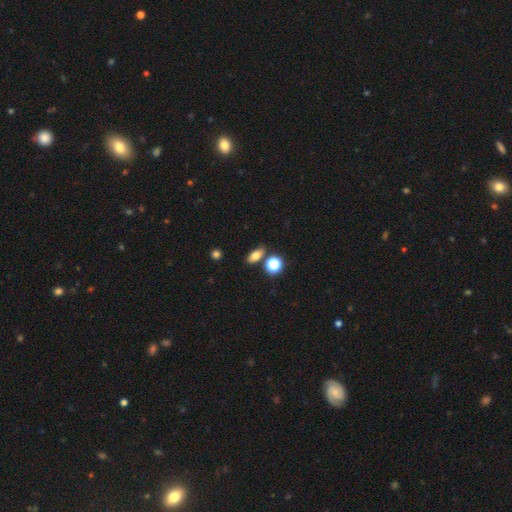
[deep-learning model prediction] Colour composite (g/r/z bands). It shows a smooth galaxy with no disk features (74%) that is in between round and cigar-shaped (77%). Merging: none (77%).